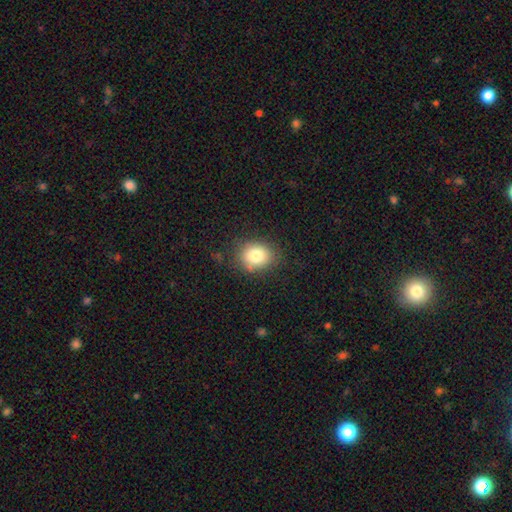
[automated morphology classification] A smooth galaxy with no disk features (81%) that is round (61%).

Vote fractions:
- Smooth or featured? smooth: 81% / star or artifact: 10% / featured or disk: 9%
- How rounded? round: 61% / in between: 38% / cigar-shaped: 1%
- Merging? none: 79% / minor disturbance: 14% / major disturbance: 4% / merger: 2%